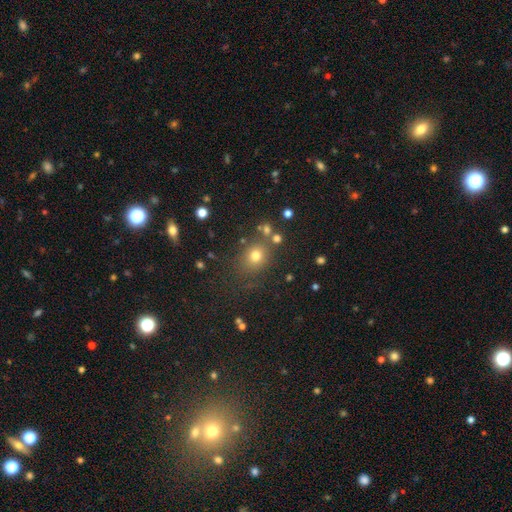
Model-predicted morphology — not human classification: Smooth or featured?
  - smooth: 72% *
  - star or artifact: 19%
  - featured or disk: 9%
How rounded?
  - round: 68% *
  - in between: 31%
  - cigar-shaped: 1%
Merging?
  - none: 76% *
  - minor disturbance: 12%
  - merger: 7%
  - major disturbance: 5%